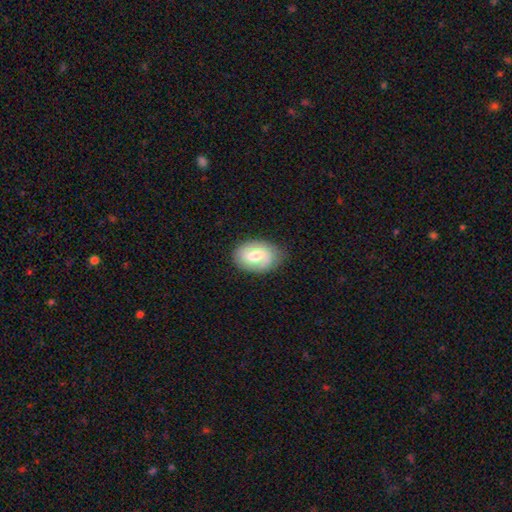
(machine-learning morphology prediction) This appears to be a featured or disk galaxy (53%) with a weak bar (56%), spiral arms (81%) and a moderate central bulge (61%). Merging: none (78%).